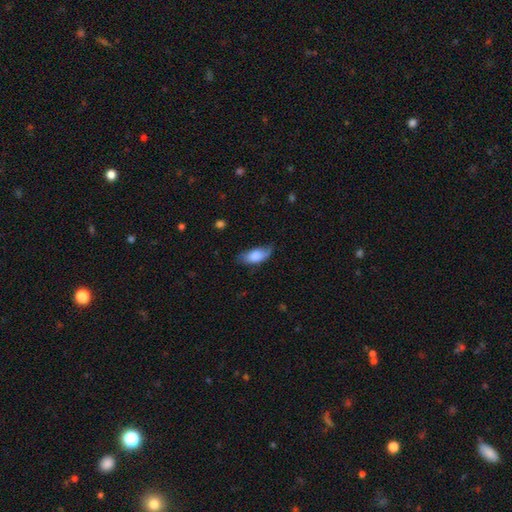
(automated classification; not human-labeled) smooth_or_featured: smooth (p=0.74) [alt: featured or disk p=0.19]
how_rounded: in between (p=0.86) [alt: cigar-shaped p=0.11]
merging: none (p=0.59) [alt: minor disturbance p=0.31]